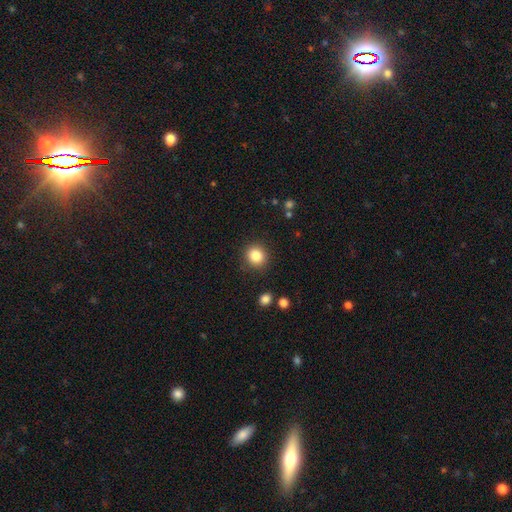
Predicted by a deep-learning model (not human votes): A smooth galaxy with no disk features (85%) that is round (86%). Merging: none (89%).